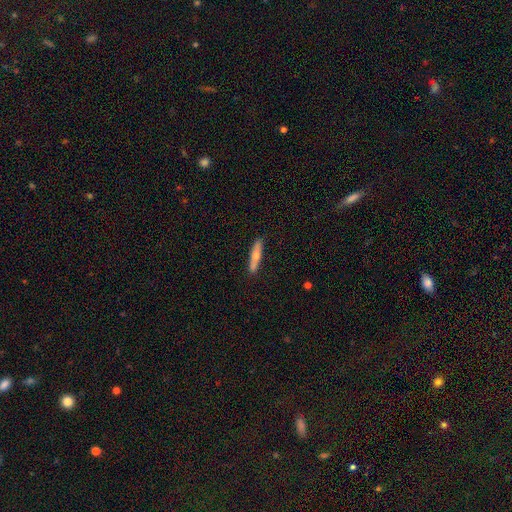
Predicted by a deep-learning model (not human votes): smooth 51%, featured or disk 42%, star or artifact 6%. Down the decision tree: how rounded — cigar-shaped (87%); merging — none (82%).